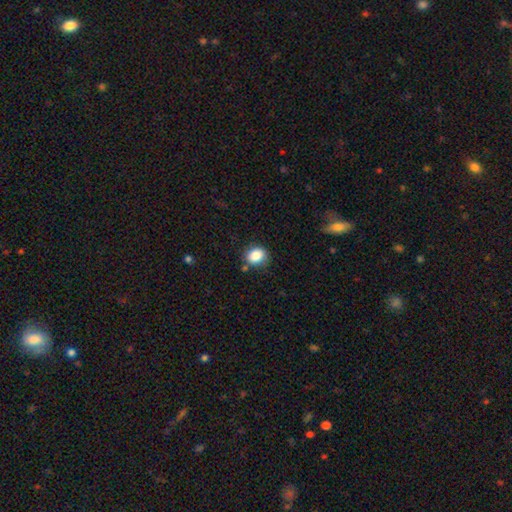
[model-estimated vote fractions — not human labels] A smooth galaxy with no disk features (85%) that is round (66%). Merging: none (78%).